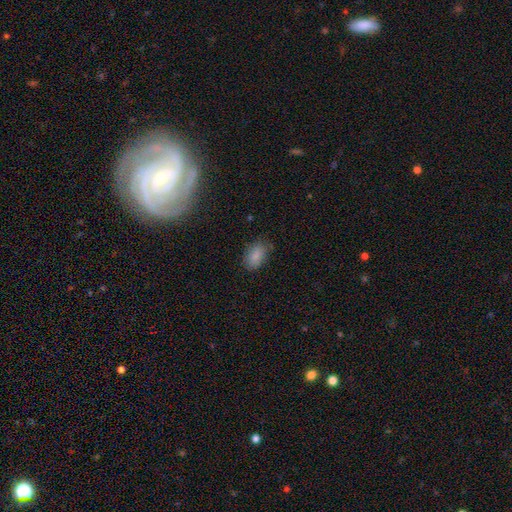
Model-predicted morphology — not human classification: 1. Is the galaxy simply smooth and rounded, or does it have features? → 86% smooth, 8% star or artifact, 6% featured or disk.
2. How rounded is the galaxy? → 89% in between, 9% round, 2% cigar-shaped.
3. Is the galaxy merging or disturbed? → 78% none, 17% minor disturbance, 4% major disturbance, 1% merger.